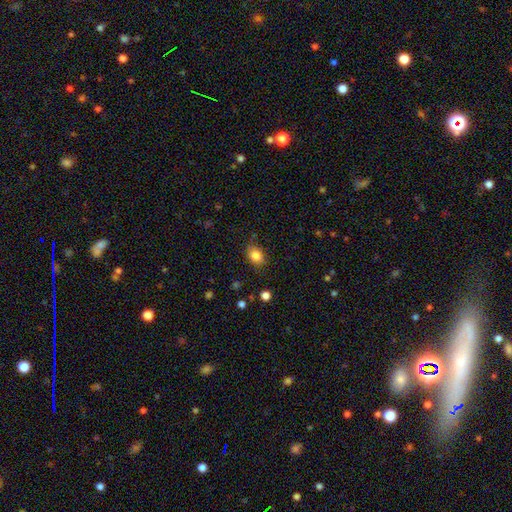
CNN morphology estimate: smooth 84%, star or artifact 10%, featured or disk 7%. Down the decision tree: how rounded — in between (71%); merging — none (79%).